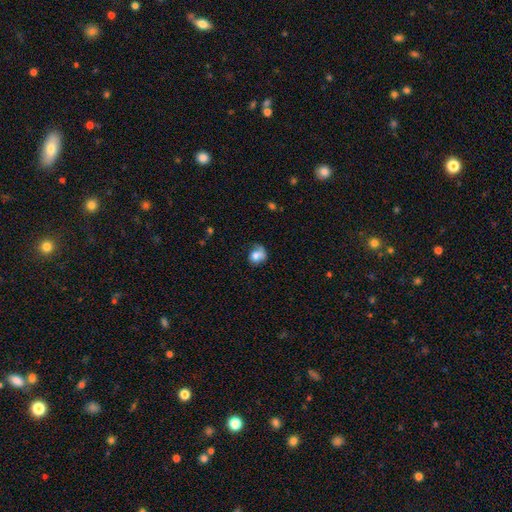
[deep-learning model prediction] This appears to be a smooth galaxy with no disk features (69%) that is round (57%). Merging: none (42%).